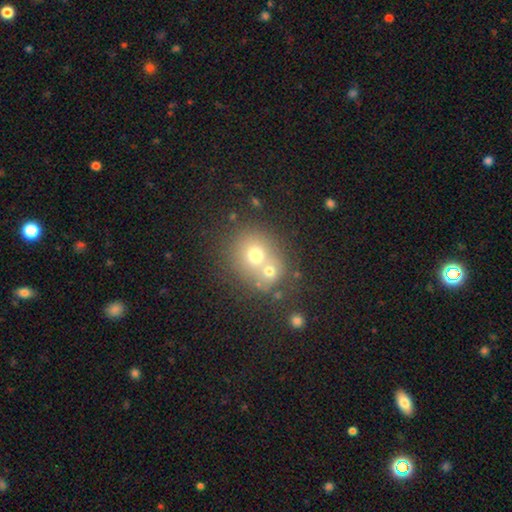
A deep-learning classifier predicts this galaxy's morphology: smooth 64%, featured or disk 20%, star or artifact 15%. Down the decision tree: how rounded — round (78%); merging — merger (51%).